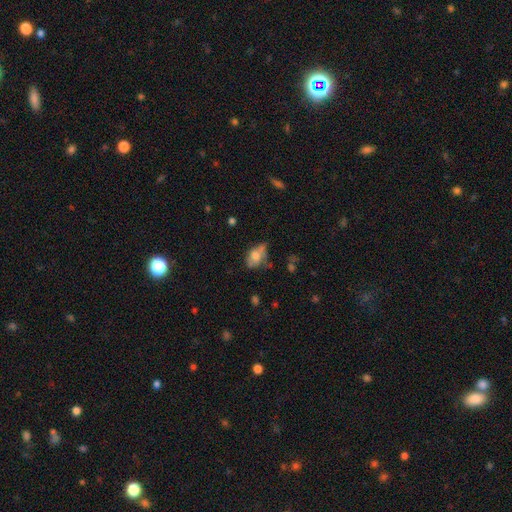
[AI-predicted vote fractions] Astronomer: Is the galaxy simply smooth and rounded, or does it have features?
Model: smooth — 62%.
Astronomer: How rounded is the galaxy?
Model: in between — 80%.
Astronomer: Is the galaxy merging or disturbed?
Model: none — 36% (runner-up: minor disturbance, 34%).